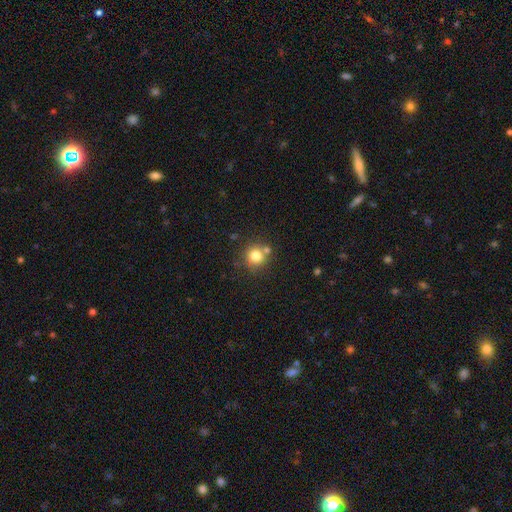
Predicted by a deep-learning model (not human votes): A smooth galaxy with no disk features (78%) that is round (90%). Merging: none (65%).